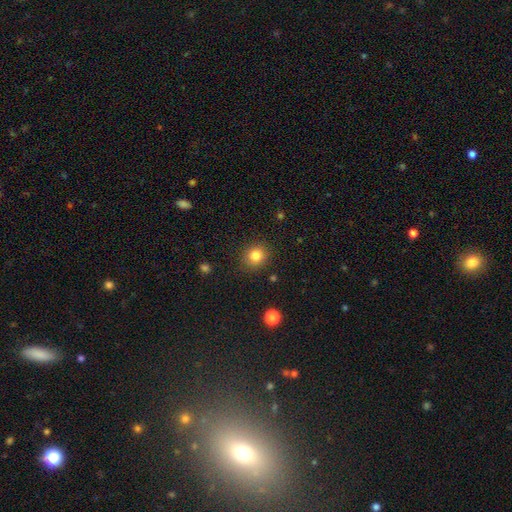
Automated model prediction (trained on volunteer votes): A smooth galaxy with no disk features (83%) that is round (85%).

Vote fractions:
- Smooth or featured? smooth: 83% / star or artifact: 11% / featured or disk: 6%
- How rounded? round: 85% / in between: 14% / cigar-shaped: 1%
- Merging? none: 88% / minor disturbance: 8% / major disturbance: 3% / merger: 1%